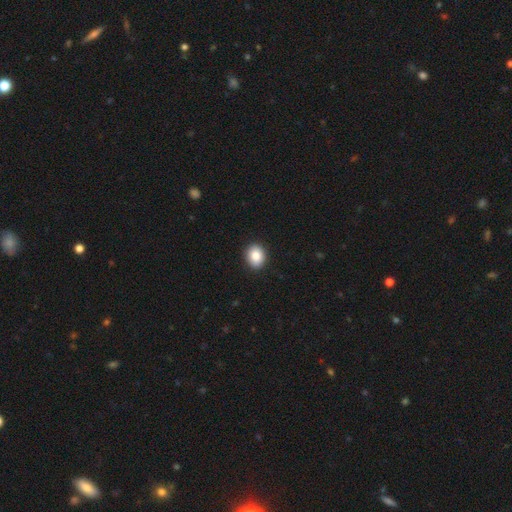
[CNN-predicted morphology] smooth_or_featured: smooth (p=0.86) [alt: star or artifact p=0.08]
how_rounded: in between (p=0.50) [alt: round p=0.49]
merging: none (p=0.91) [alt: minor disturbance p=0.07]